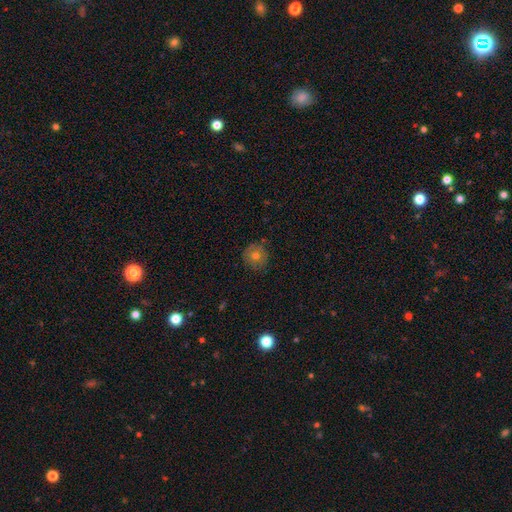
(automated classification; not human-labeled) Smooth or featured? smooth (66%)
How rounded? round (93%)
Merging? none (82%)